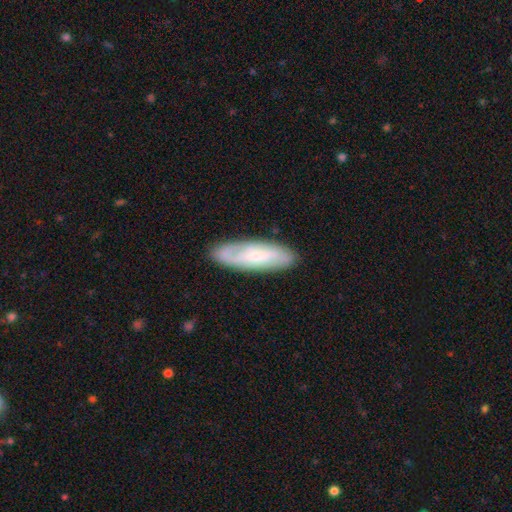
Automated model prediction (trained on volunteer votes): The model was most divided on "smooth or featured": featured or disk: 51%, smooth: 43%, star or artifact: 6%. More confident: merging — none (83%); edge-on disk — no (77%).